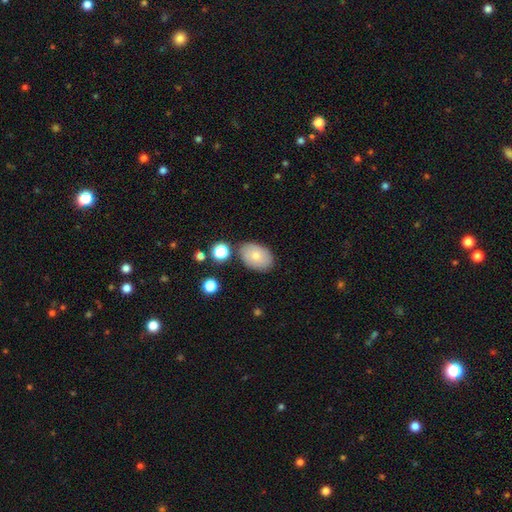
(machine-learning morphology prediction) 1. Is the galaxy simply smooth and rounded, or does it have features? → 76% smooth, 16% featured or disk, 8% star or artifact.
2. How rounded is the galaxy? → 85% in between, 14% round, 1% cigar-shaped.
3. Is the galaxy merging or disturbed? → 81% none, 13% minor disturbance, 4% merger, 3% major disturbance.